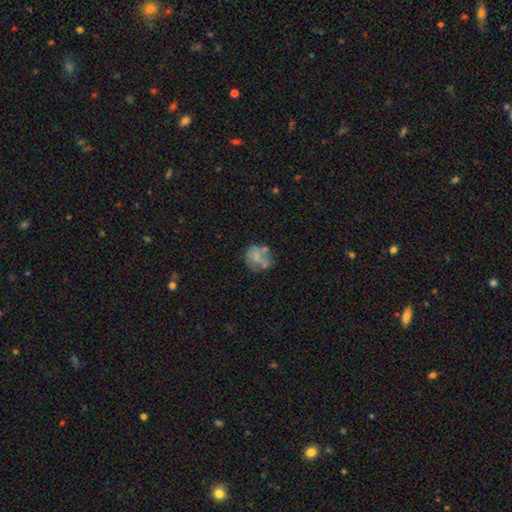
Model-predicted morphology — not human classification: A smooth galaxy with no disk features (52%) that is round (68%).

Vote fractions:
- Smooth or featured? smooth: 52% / featured or disk: 38% / star or artifact: 10%
- How rounded? round: 68% / in between: 31% / cigar-shaped: 1%
- Merging? none: 48% / minor disturbance: 24% / major disturbance: 16% / merger: 12%